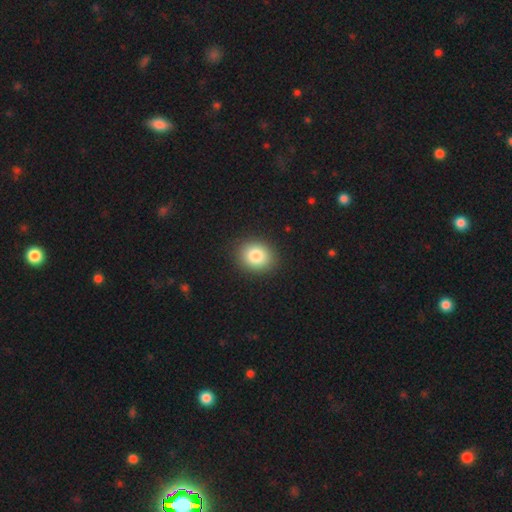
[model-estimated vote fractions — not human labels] Overall: smooth (84%). How rounded: round (65%; in between 34%). Merging: none (90%).